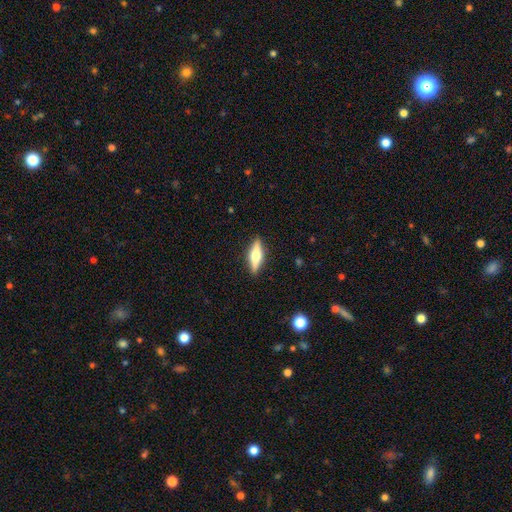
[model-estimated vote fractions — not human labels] This appears to be a featured or disk galaxy (58%) viewed edge-on (95%) with a rounded central bulge (92%). Merging: none (89%).